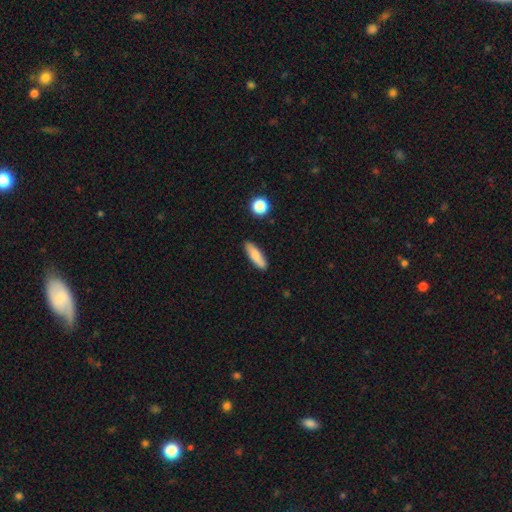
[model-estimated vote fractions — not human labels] Overall: smooth (78%). How rounded: cigar-shaped (58%; in between 40%). Merging: none (86%).